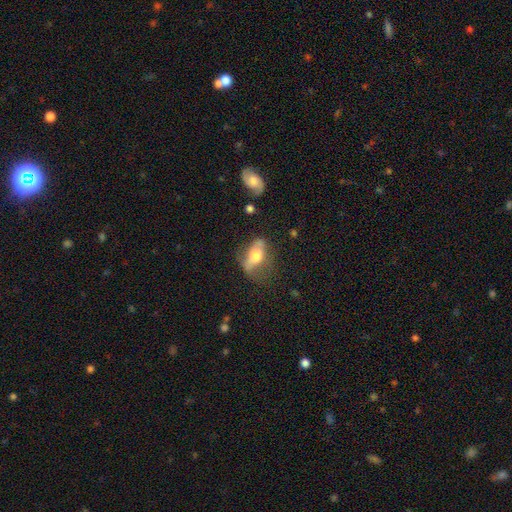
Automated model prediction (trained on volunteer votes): A smooth galaxy with no disk features (47%). Merging: none (42%).